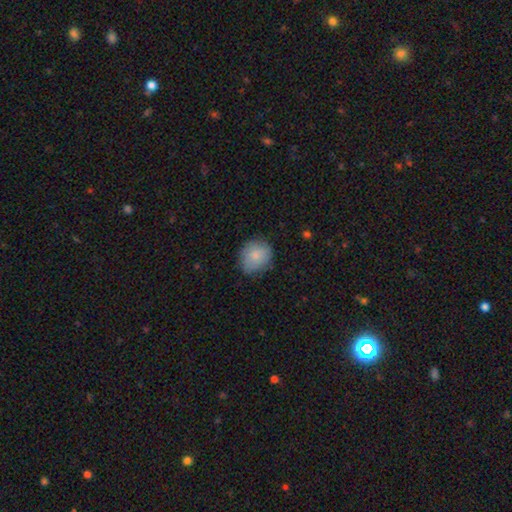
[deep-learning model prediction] This is clearly a smooth galaxy (83%). How rounded: likely round (69%). Merging: likely none (73%).